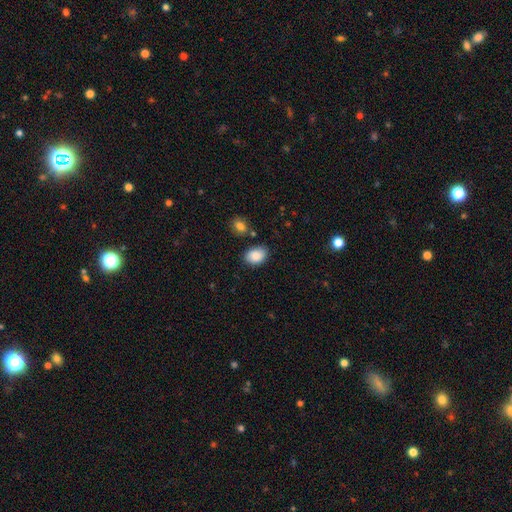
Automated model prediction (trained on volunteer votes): smooth-or-featured: smooth: 87% | star or artifact: 7% | featured or disk: 6%
  how-rounded: in between: 80% | round: 19% | cigar-shaped: 1%
  merging: none: 81% | minor disturbance: 12% | merger: 4% | major disturbance: 3%